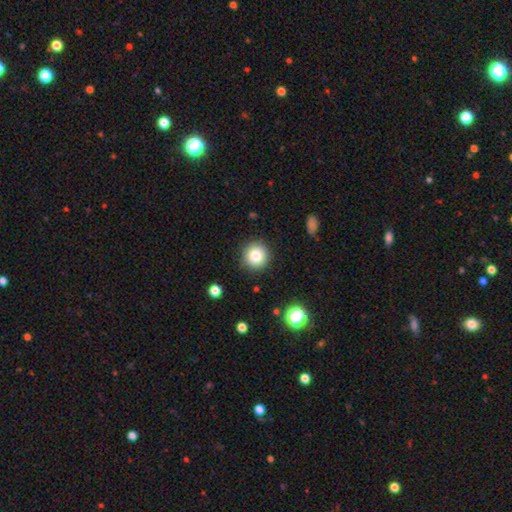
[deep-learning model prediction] This is clearly a smooth galaxy (82%). How rounded: clearly round (94%). Merging: clearly none (89%).